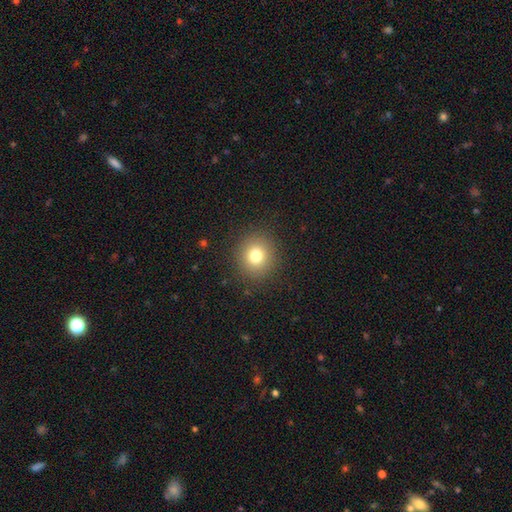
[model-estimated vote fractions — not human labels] This is likely a smooth galaxy (78%). How rounded: clearly round (89%). Merging: clearly none (89%).